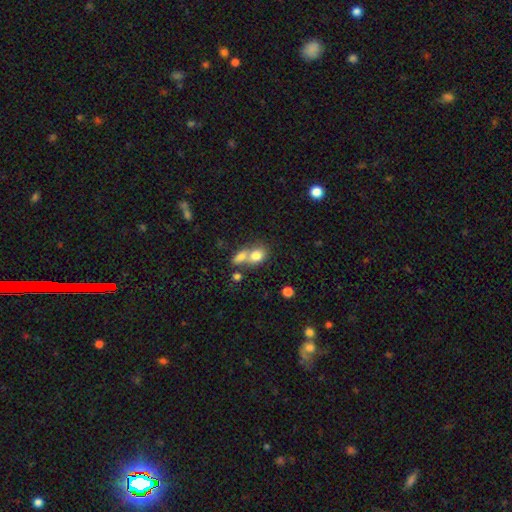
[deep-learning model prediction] Overall: smooth (78%). How rounded: in between (54%; round 44%). Merging: merger (53%; none 33%).